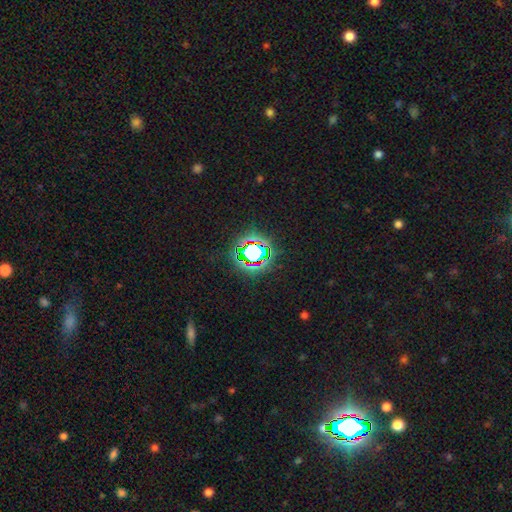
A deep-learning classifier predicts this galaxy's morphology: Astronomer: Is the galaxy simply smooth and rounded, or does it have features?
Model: star or artifact — 65%.